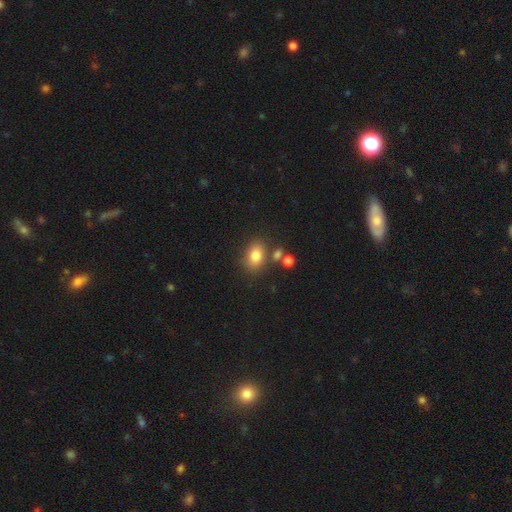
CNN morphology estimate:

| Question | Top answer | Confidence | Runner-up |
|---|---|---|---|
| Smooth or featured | smooth | 80% | star or artifact (11%) |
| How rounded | in between | 70% | round (29%) |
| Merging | none | 71% | minor disturbance (13%) |